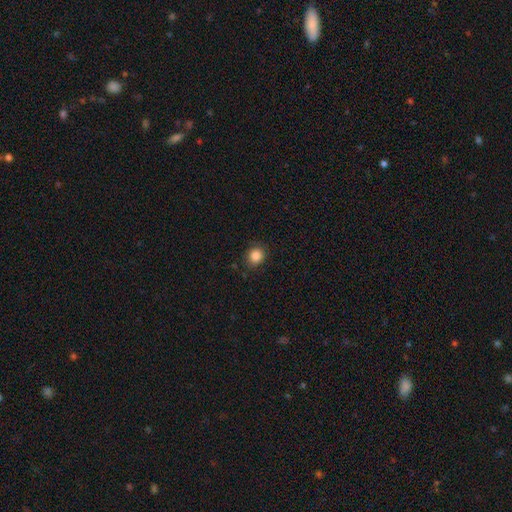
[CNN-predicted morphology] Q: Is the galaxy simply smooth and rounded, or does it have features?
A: smooth — 86%.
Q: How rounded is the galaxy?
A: round — 77%.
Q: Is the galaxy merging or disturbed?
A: none — 85%.